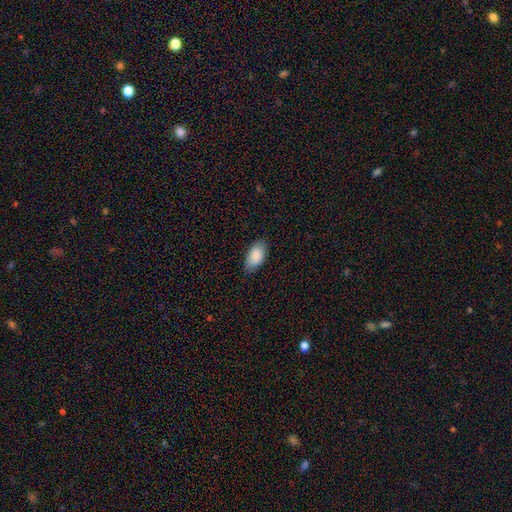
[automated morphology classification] smooth 88%, star or artifact 6%, featured or disk 6%. Down the decision tree: how rounded — in between (95%); merging — none (81%).